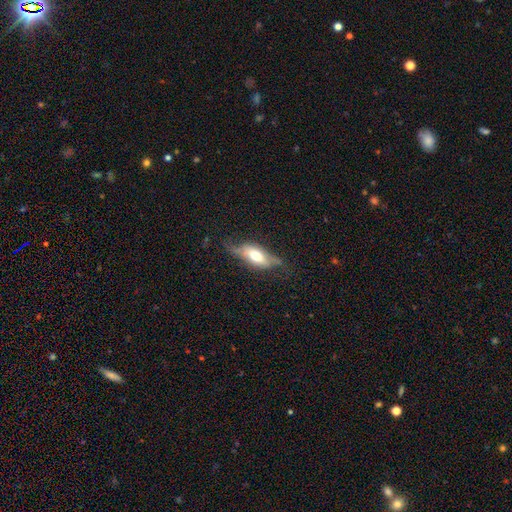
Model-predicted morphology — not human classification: A featured or disk galaxy (52%). Merging: none (51%).